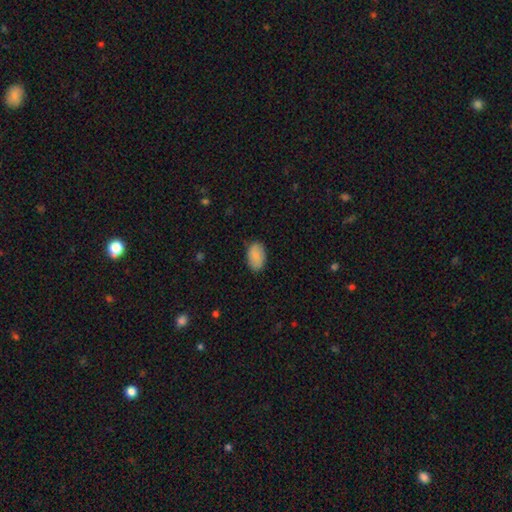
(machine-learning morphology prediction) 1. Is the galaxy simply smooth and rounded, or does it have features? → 86% smooth, 7% featured or disk, 6% star or artifact.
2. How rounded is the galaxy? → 91% in between, 8% round, 1% cigar-shaped.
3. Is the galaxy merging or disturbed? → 83% none, 13% minor disturbance, 3% major disturbance, 1% merger.